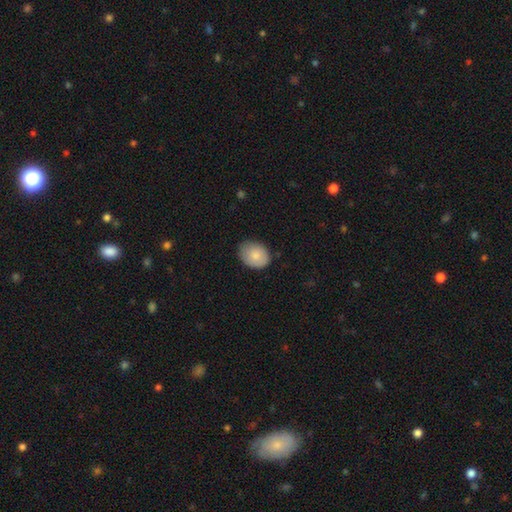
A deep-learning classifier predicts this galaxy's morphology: Smooth or featured? smooth (83%)
How rounded? in between (58%)
Merging? none (72%)